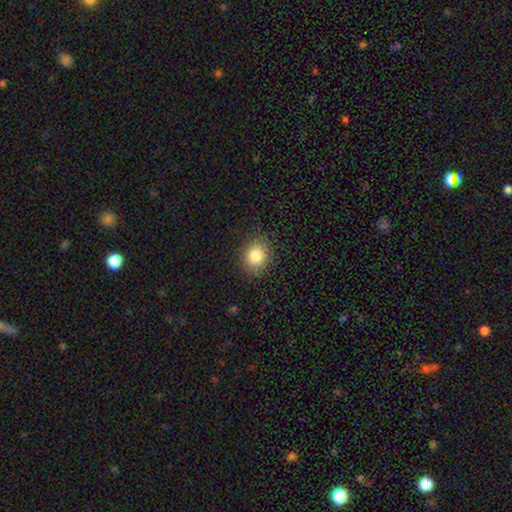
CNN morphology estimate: This is clearly a smooth galaxy (83%). How rounded: likely round (73%). Merging: clearly none (88%).